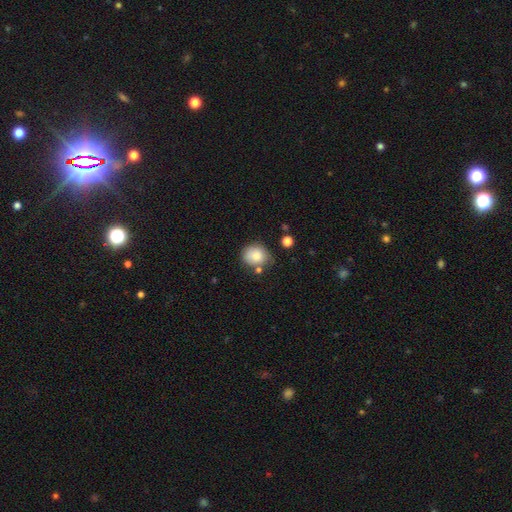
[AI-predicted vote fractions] Smooth or featured? smooth (80%)
How rounded? round (74%)
Merging? none (64%)